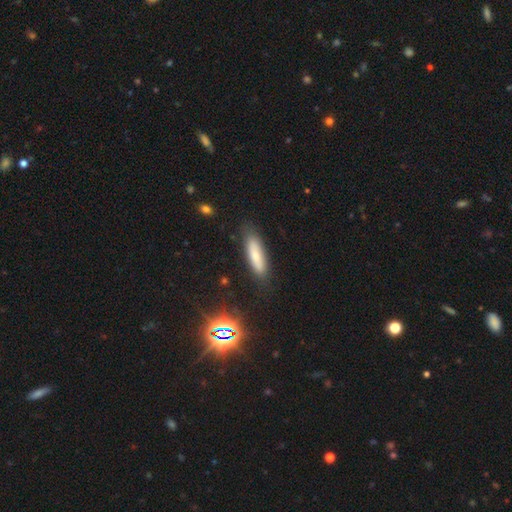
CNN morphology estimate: type=smooth (72%); roundness=cigar-shaped (62%); merging=none (80%).